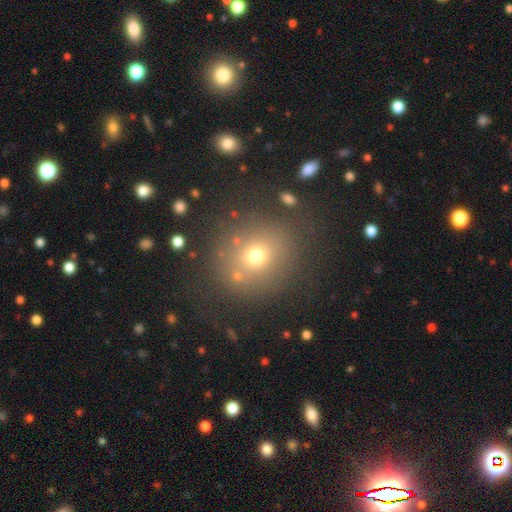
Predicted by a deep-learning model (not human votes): smooth 67%, star or artifact 19%, featured or disk 14%. Down the decision tree: how rounded — round (82%); merging — none (79%).